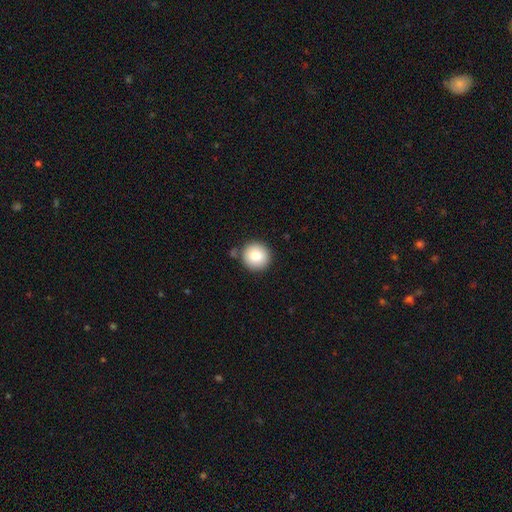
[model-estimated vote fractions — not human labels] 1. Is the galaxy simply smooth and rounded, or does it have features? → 85% smooth, 8% star or artifact, 7% featured or disk.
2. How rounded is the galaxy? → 94% round, 6% in between, 1% cigar-shaped.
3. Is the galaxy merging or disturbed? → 84% none, 9% minor disturbance, 5% merger, 2% major disturbance.